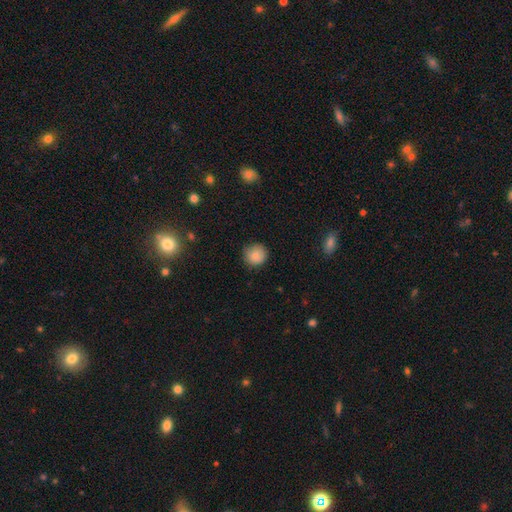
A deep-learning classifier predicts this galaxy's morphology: This appears to be a smooth galaxy with no disk features (86%) that is round (92%). Merging: none (84%).